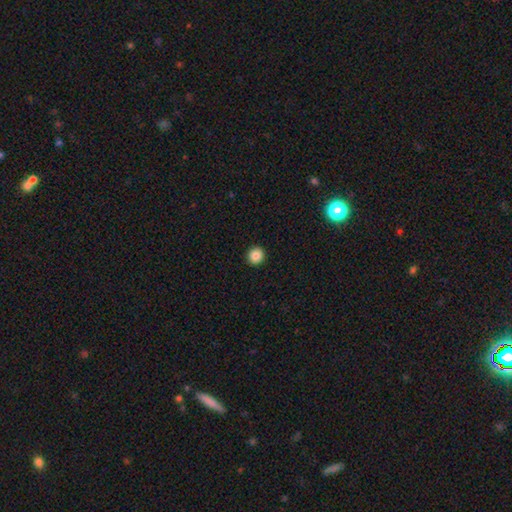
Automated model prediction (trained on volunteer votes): smooth 86%, star or artifact 10%, featured or disk 4%. Down the decision tree: how rounded — round (91%); merging — none (93%).